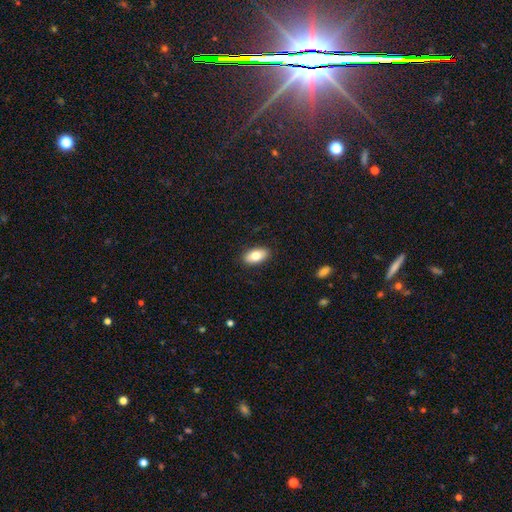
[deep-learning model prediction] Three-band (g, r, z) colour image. It shows a smooth galaxy with no disk features (81%) that is in between round and cigar-shaped (93%). Merging: none (89%).